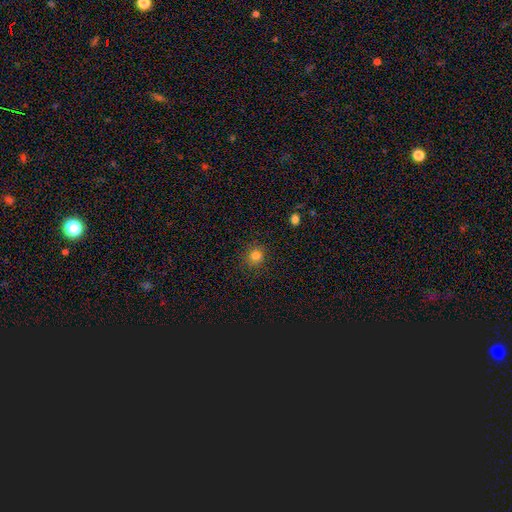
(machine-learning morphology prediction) A smooth galaxy with no disk features (81%) that is round (91%). Merging: none (89%).